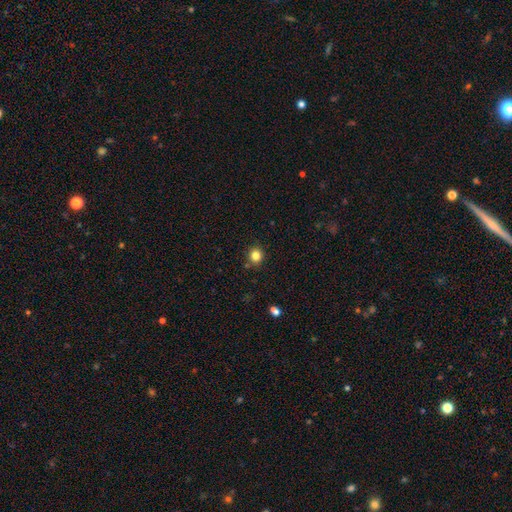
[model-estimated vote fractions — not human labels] Smooth or featured?
  - smooth: 82% *
  - star or artifact: 13%
  - featured or disk: 5%
How rounded?
  - round: 89% *
  - in between: 10%
  - cigar-shaped: 1%
Merging?
  - none: 87% *
  - minor disturbance: 8%
  - merger: 3%
  - major disturbance: 2%